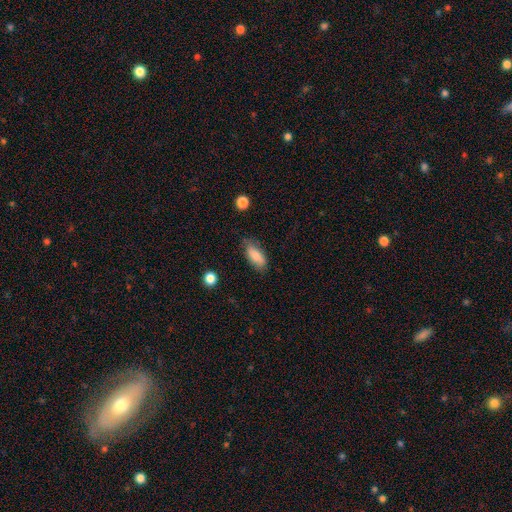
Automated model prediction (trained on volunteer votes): Q: Smooth or featured?
A: smooth (82%); runner-up: featured or disk (12%)
Q: How rounded?
A: in between (81%); runner-up: cigar-shaped (16%)
Q: Merging?
A: none (72%); runner-up: minor disturbance (22%)